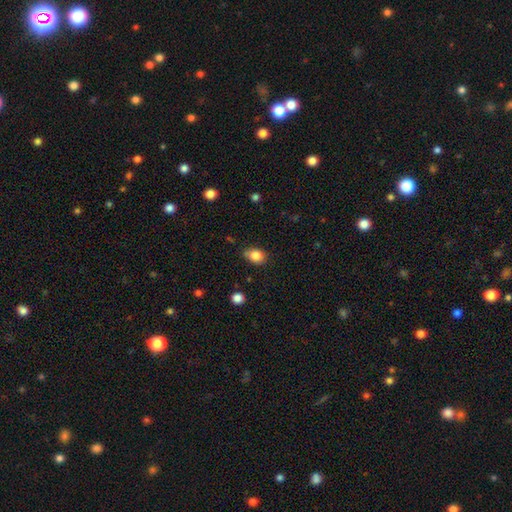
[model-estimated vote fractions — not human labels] smooth 84%, star or artifact 10%, featured or disk 6%. Down the decision tree: how rounded — in between (52%); merging — none (71%).